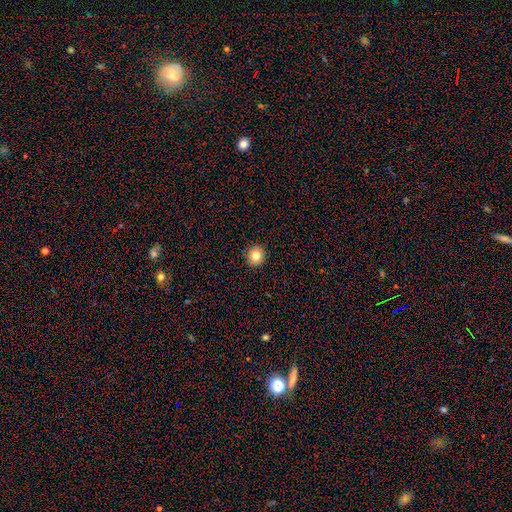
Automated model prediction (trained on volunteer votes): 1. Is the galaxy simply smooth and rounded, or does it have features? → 81% smooth, 11% star or artifact, 8% featured or disk.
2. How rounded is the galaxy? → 89% round, 10% in between, 1% cigar-shaped.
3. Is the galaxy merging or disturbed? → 93% none, 5% minor disturbance, 2% major disturbance, 1% merger.